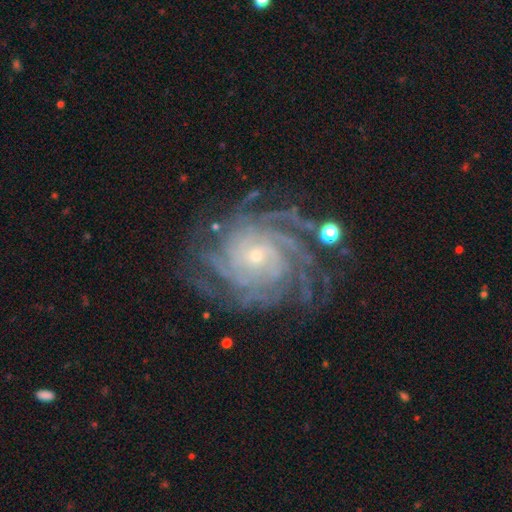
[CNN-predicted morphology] type=featured or disk (90%); edge-on=no (98%); bar=no (71%); spiral arms=yes (98%); winding=tight (75%); arm count=more than 4 (36%); bulge=small (80%); merging=none (74%).